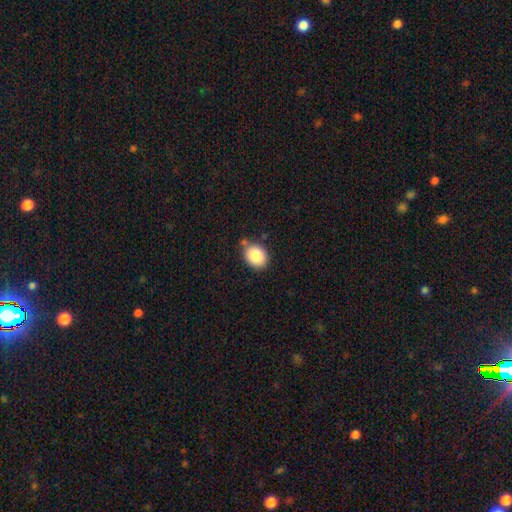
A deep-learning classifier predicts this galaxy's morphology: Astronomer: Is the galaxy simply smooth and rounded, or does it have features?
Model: smooth — 86%.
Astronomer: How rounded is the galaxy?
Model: in between — 53% (runner-up: round, 46%).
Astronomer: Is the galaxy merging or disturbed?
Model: none — 72%.